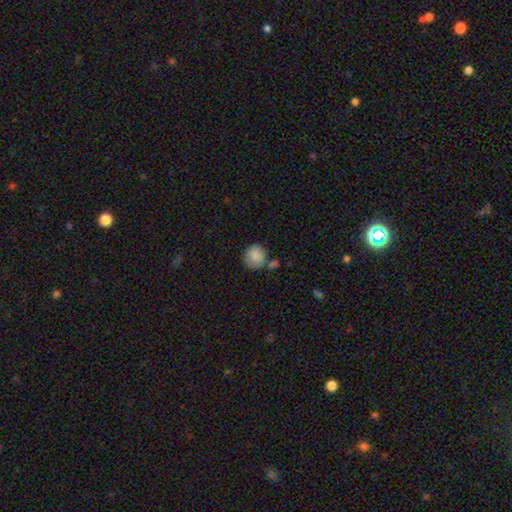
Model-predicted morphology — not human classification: smooth-or-featured: smooth: 87% | star or artifact: 7% | featured or disk: 5%
  how-rounded: round: 89% | in between: 10% | cigar-shaped: 1%
  merging: none: 68% | minor disturbance: 16% | merger: 11% | major disturbance: 4%